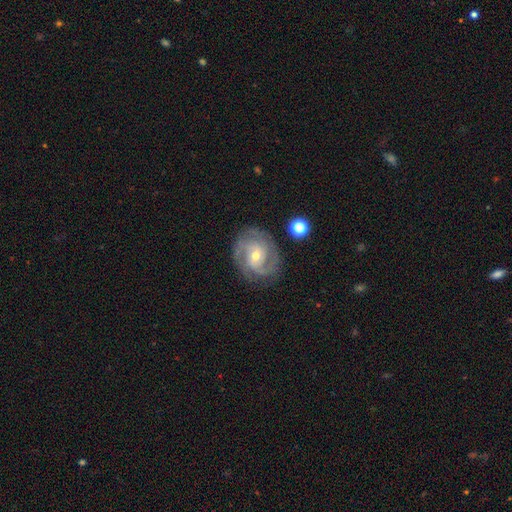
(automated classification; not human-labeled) Overall: featured or disk (87%). Edge-on disk: no (97%). Bar: no (51%; weak 38%). Spiral arms: yes (96%). Spiral arm count: 2 (42%; 3 30%). Spiral winding: tight (55%; medium 38%). Bulge size: small (52%; moderate 45%). Merging: none (78%).